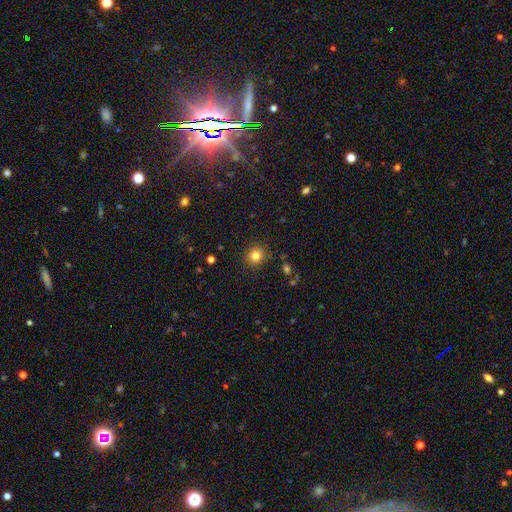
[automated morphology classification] Smooth or featured?
  - smooth: 82% *
  - star or artifact: 12%
  - featured or disk: 6%
How rounded?
  - round: 85% *
  - in between: 14%
  - cigar-shaped: 1%
Merging?
  - none: 88% *
  - minor disturbance: 8%
  - major disturbance: 2%
  - merger: 1%